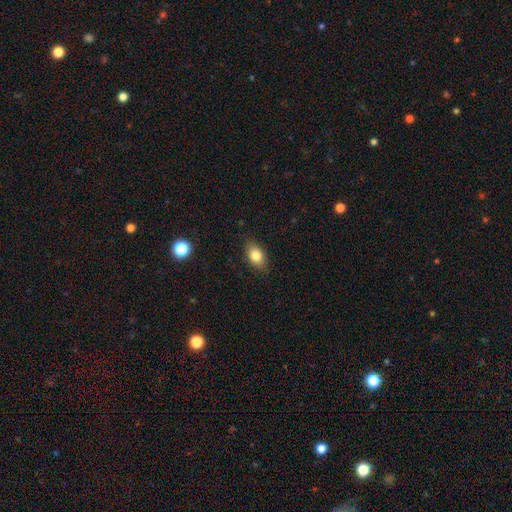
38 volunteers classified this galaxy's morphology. type=smooth (84%); roundness=in between (94%); merging=none (73%).